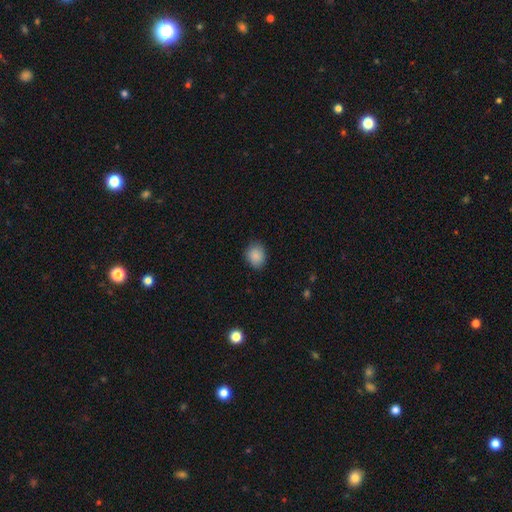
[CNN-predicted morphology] Smooth or featured? Predicted: smooth (p=0.88). How rounded? Predicted: round (p=0.53). Merging? Predicted: none (p=0.84).